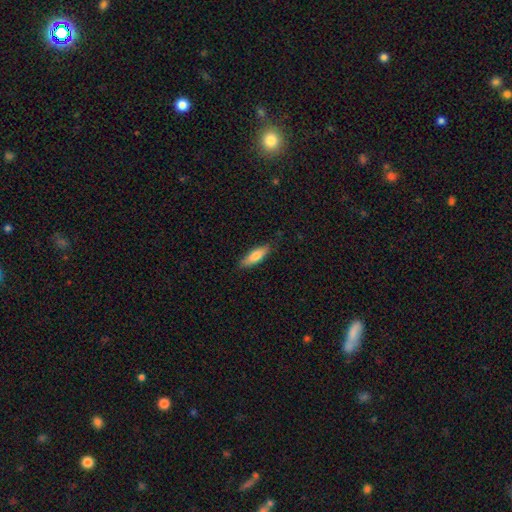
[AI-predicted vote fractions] Overall: smooth (77%). How rounded: cigar-shaped (50%; in between 49%). Merging: none (84%).